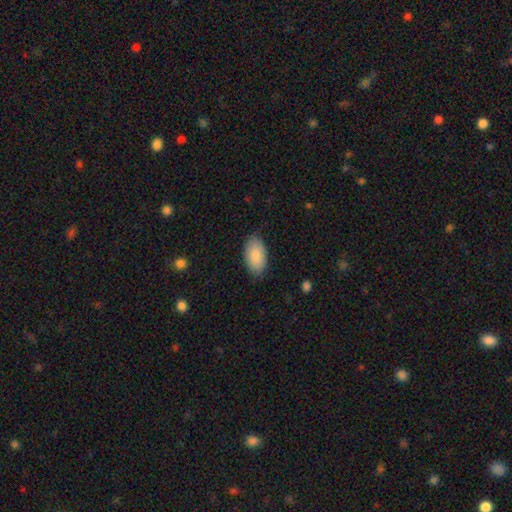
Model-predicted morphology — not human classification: A smooth galaxy with no disk features (87%) that is in between round and cigar-shaped (95%). Merging: none (82%).